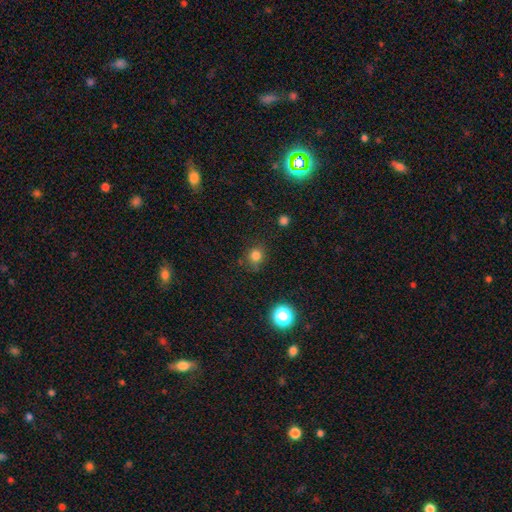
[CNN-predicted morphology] A smooth galaxy with no disk features (80%) that is round (84%).

Vote fractions:
- Smooth or featured? smooth: 80% / star or artifact: 15% / featured or disk: 5%
- How rounded? round: 84% / in between: 15% / cigar-shaped: 1%
- Merging? none: 79% / minor disturbance: 14% / major disturbance: 4% / merger: 2%